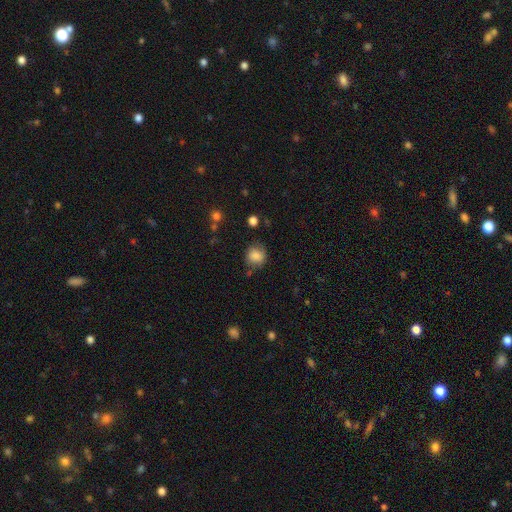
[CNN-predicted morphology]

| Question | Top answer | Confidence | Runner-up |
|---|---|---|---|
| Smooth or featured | smooth | 83% | star or artifact (9%) |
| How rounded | round | 79% | in between (20%) |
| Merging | none | 73% | minor disturbance (18%) |